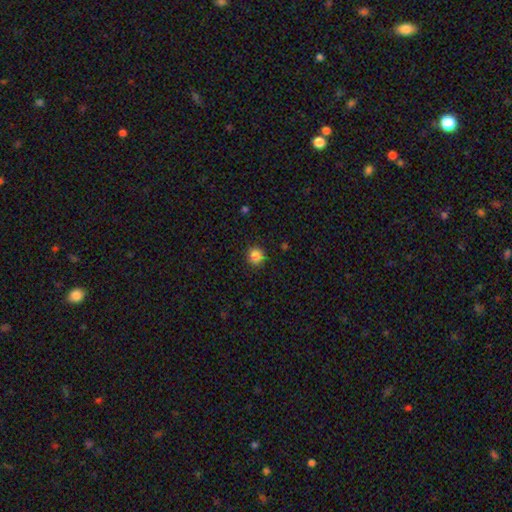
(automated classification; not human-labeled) smooth-or-featured: smooth: 85% | star or artifact: 11% | featured or disk: 4%
  how-rounded: round: 91% | in between: 9% | cigar-shaped: 1%
  merging: none: 89% | minor disturbance: 8% | major disturbance: 2% | merger: 1%